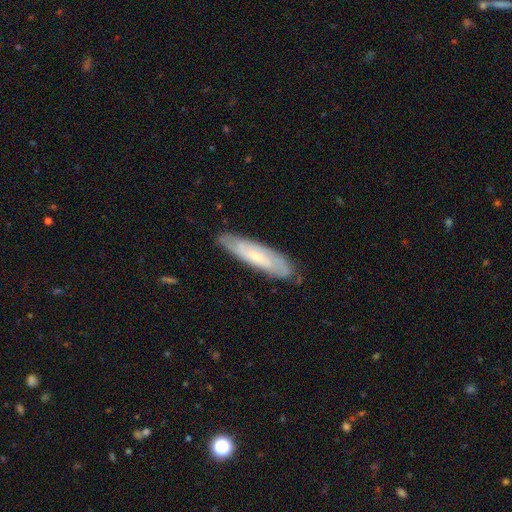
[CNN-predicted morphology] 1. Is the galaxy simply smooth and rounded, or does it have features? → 56% featured or disk, 38% smooth, 6% star or artifact.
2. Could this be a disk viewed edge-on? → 64% no, 36% yes.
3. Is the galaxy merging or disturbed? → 82% none, 14% minor disturbance, 3% major disturbance, 1% merger.